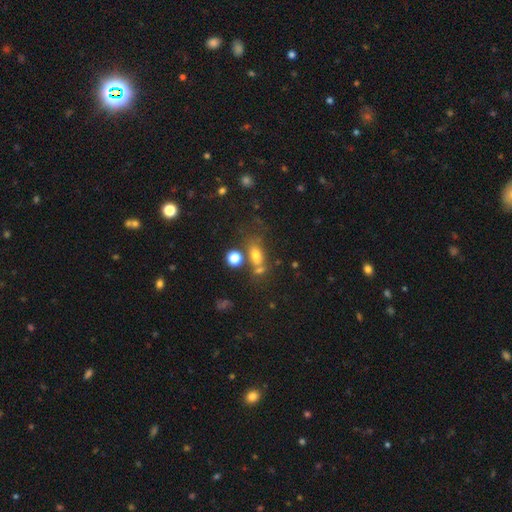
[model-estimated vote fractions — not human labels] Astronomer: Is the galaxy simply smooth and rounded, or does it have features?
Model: smooth — 63%.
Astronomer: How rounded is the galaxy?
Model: in between — 67%.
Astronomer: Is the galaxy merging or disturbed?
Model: none — 49% (runner-up: merger, 26%).